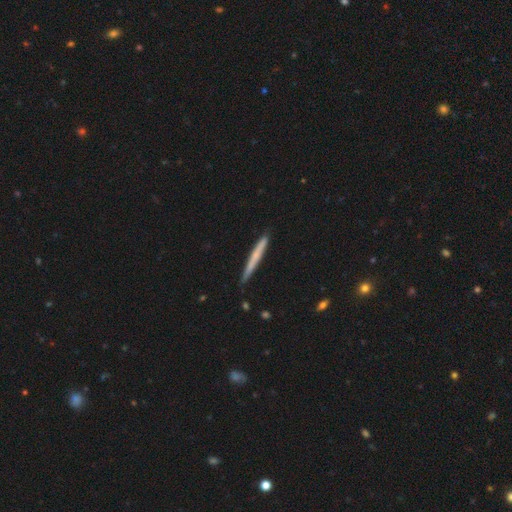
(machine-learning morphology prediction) A smooth galaxy with no disk features (57%) that is cigar-shaped (97%).

Vote fractions:
- Smooth or featured? smooth: 57% / featured or disk: 37% / star or artifact: 6%
- How rounded? cigar-shaped: 97% / in between: 2% / round: 1%
- Merging? none: 88% / minor disturbance: 9% / major disturbance: 1% / merger: 1%